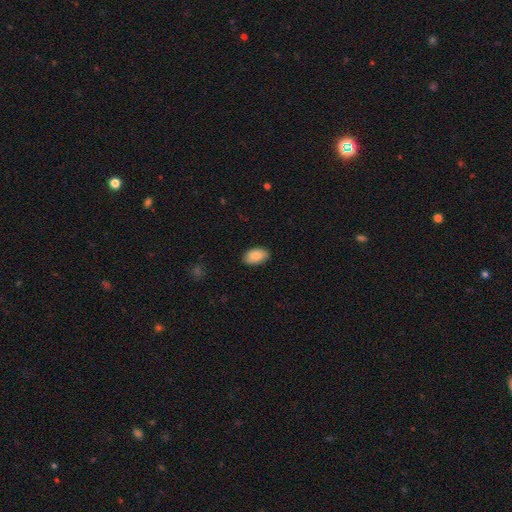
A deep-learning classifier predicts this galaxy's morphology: smooth_or_featured: smooth (p=0.86) [alt: featured or disk p=0.08]
how_rounded: in between (p=0.94) [alt: round p=0.05]
merging: none (p=0.85) [alt: minor disturbance p=0.12]